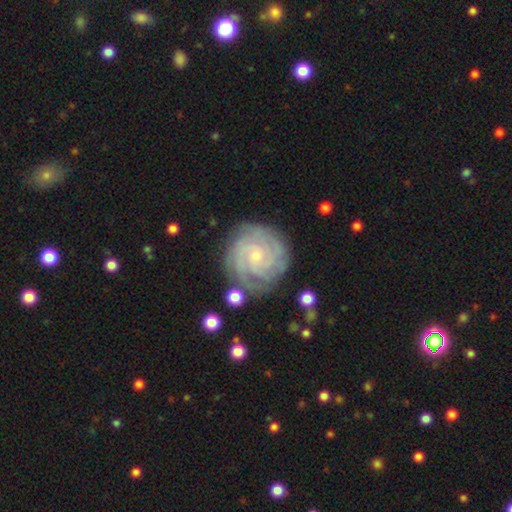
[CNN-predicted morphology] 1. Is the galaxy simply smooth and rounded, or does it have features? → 84% featured or disk, 10% smooth, 6% star or artifact.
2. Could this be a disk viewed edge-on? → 98% no, 2% yes.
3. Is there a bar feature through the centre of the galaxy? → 72% no, 24% weak, 4% strong.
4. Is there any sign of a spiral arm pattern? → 97% yes, 3% no.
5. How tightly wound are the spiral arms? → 77% tight, 20% medium, 4% loose.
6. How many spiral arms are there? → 26% 3, 25% can't tell, 21% 4, 15% 2, 7% more than 4, 6% 1.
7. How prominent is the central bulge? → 76% small, 19% moderate, 3% none, 1% large, 1% dominant.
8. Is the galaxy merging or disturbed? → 78% none, 14% minor disturbance, 5% major disturbance, 2% merger.